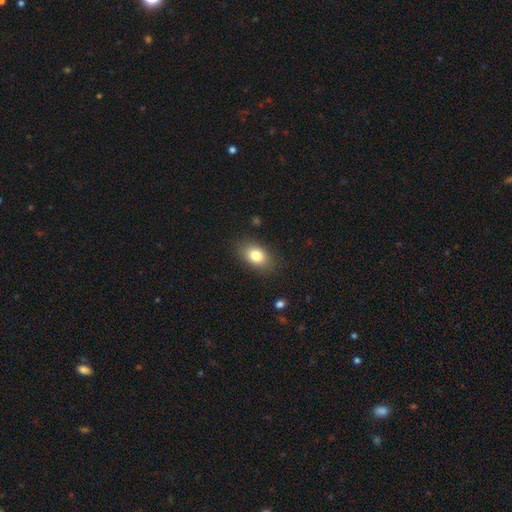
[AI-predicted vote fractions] smooth_or_featured: smooth (p=0.81) [alt: featured or disk p=0.10]
how_rounded: in between (p=0.82) [alt: round p=0.16]
merging: none (p=0.84) [alt: minor disturbance p=0.12]